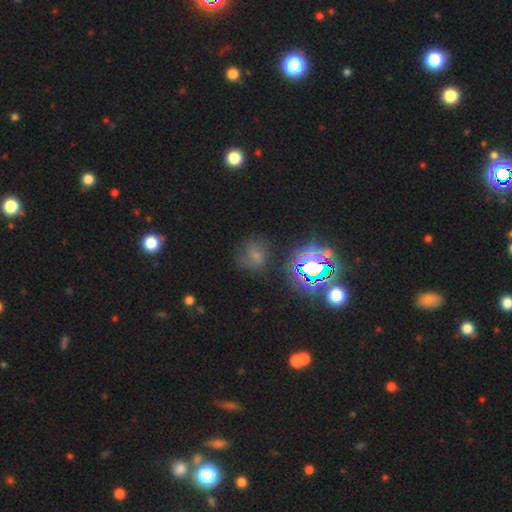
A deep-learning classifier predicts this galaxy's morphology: type=smooth (42%); merging=none (58%).